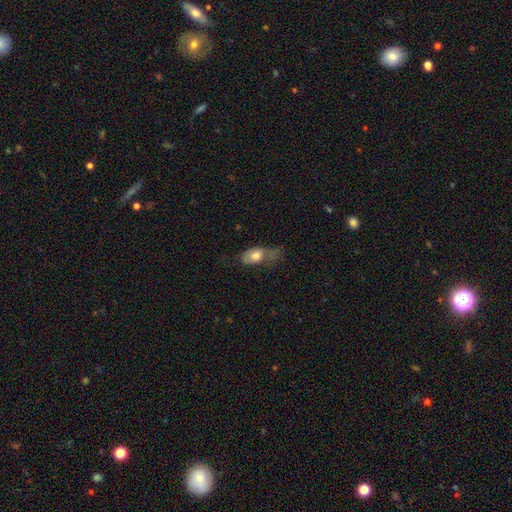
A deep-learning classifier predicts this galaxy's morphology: This appears to be a smooth galaxy with no disk features (70%) that is in between round and cigar-shaped (86%). Merging: major disturbance (36%).